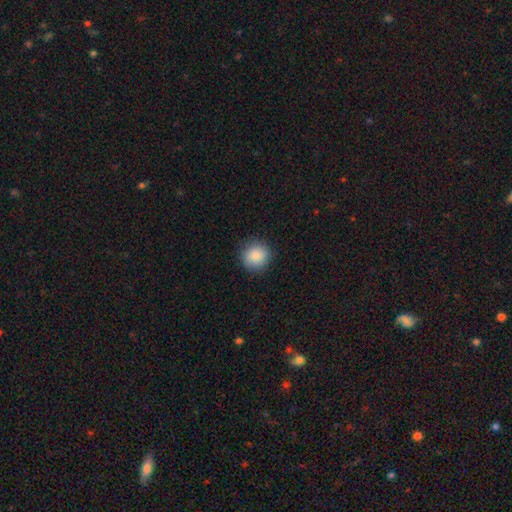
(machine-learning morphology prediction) A smooth galaxy with no disk features (87%) that is round (92%). Merging: none (89%).